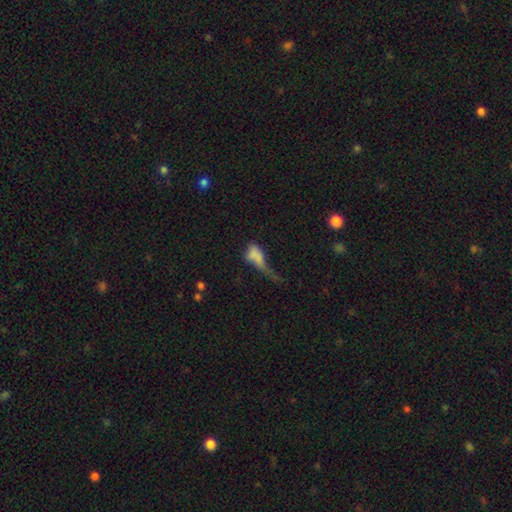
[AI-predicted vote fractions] This appears to be a smooth galaxy with no disk features (66%) that is in between round and cigar-shaped (78%). Merging: major disturbance (57%).